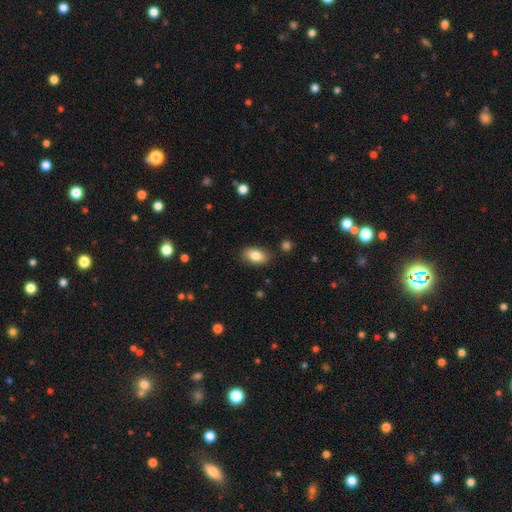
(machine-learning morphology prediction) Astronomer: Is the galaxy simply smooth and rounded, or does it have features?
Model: smooth — 82%.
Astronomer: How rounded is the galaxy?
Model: in between — 91%.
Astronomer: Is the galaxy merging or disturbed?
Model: none — 85%.